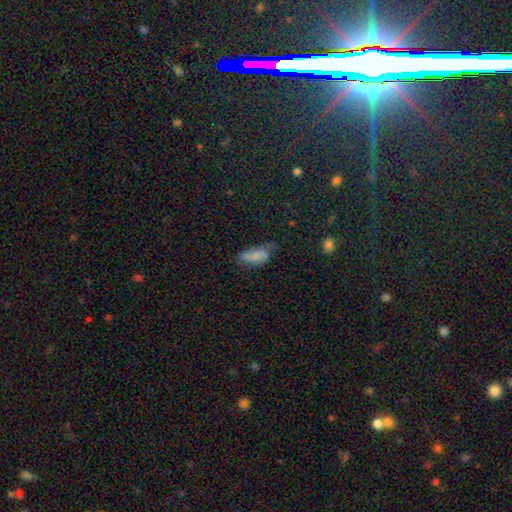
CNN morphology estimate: Smooth or featured? smooth (68%)
How rounded? in between (85%)
Merging? none (49%)